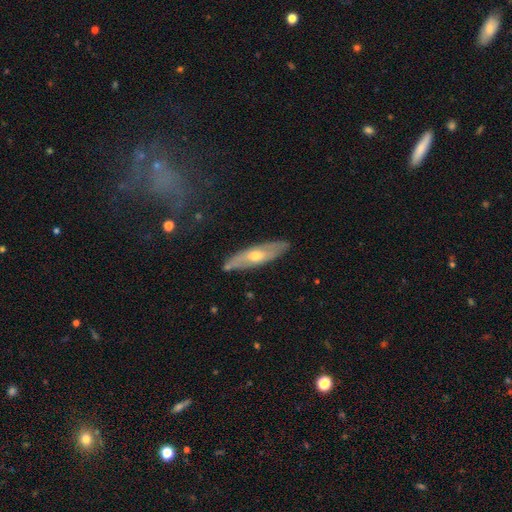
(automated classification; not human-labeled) Morphology: type=featured or disk (56%); edge-on=yes (51%); merging=none (82%).